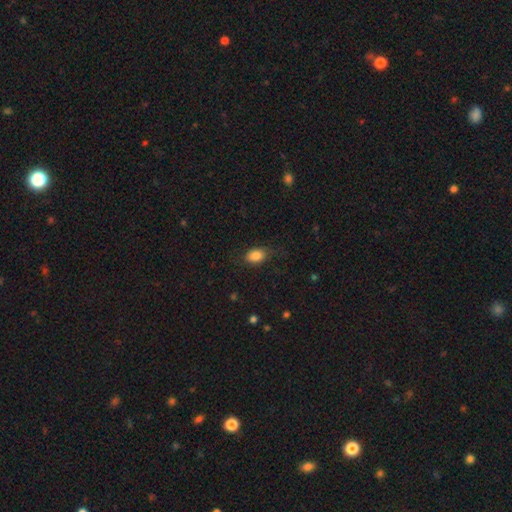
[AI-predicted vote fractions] Morphology: type=smooth (85%); roundness=in between (84%); merging=none (73%).